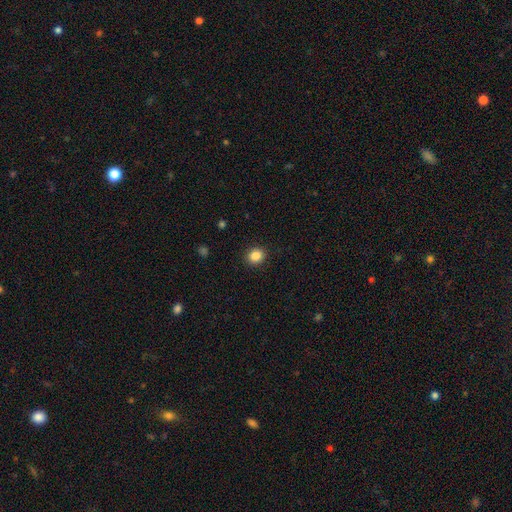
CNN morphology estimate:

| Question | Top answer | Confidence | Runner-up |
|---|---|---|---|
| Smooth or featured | smooth | 86% | star or artifact (10%) |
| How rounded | round | 77% | in between (22%) |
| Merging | none | 91% | minor disturbance (6%) |